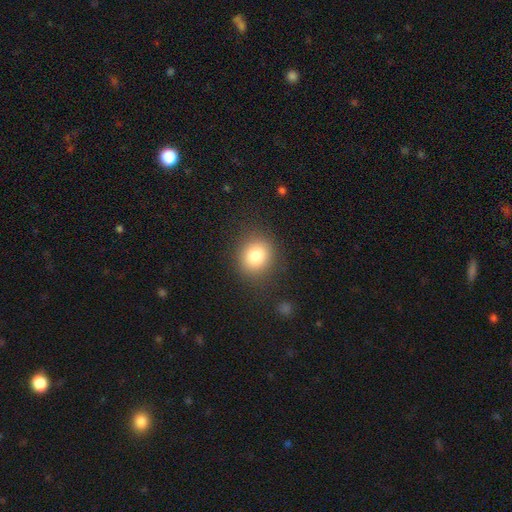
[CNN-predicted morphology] Overall: smooth (82%). How rounded: round (73%). Merging: none (85%).